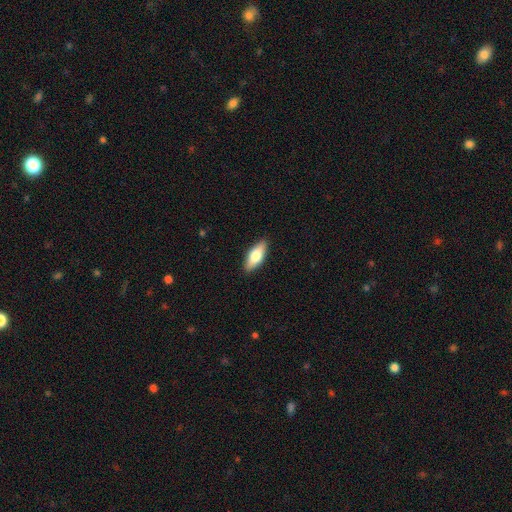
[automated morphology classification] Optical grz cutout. It shows a smooth galaxy with no disk features (69%) that is in between round and cigar-shaped (75%). Merging: none (89%).